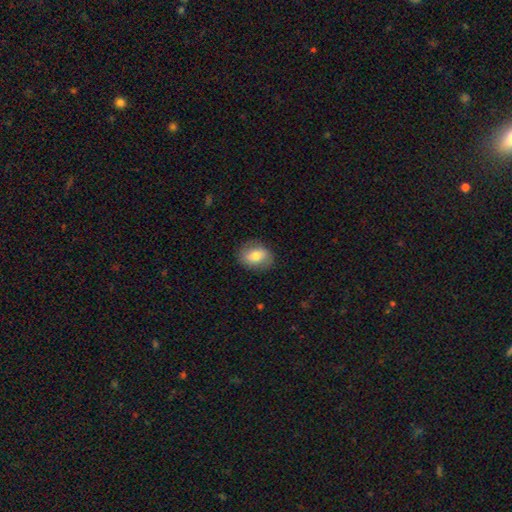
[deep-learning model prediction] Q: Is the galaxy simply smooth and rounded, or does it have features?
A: smooth — 73%.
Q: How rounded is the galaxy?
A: in between — 63%.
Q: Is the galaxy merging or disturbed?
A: none — 83%.